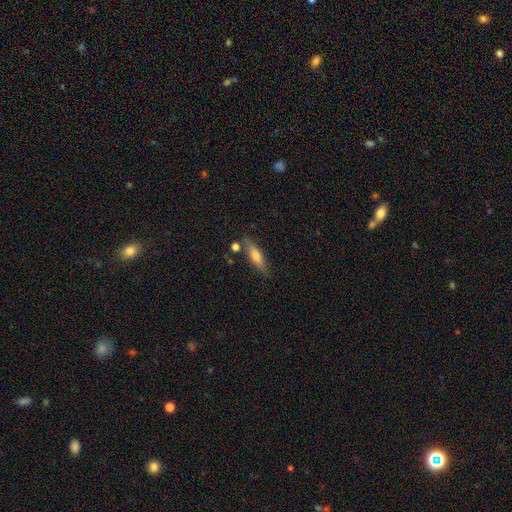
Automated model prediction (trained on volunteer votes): Overall: smooth (61%; featured or disk 32%). How rounded: cigar-shaped (68%; in between 29%). Merging: none (75%).